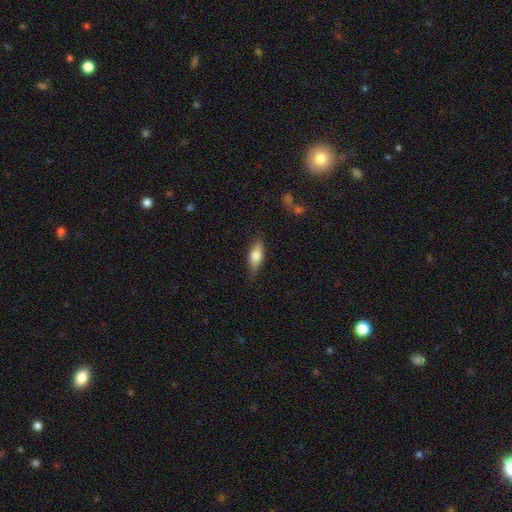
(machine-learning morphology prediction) smooth 70%, featured or disk 23%, star or artifact 7%. Down the decision tree: how rounded — in between (69%); merging — none (78%).